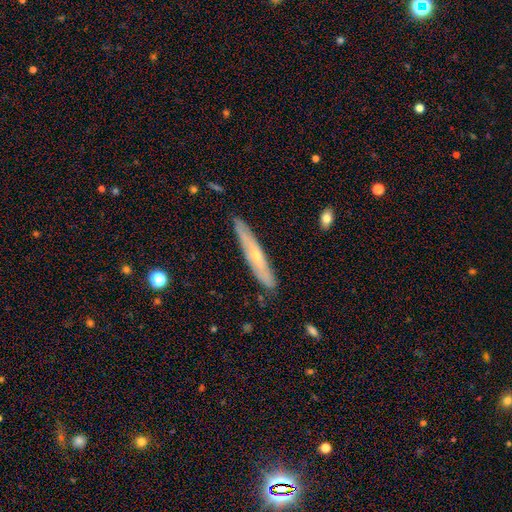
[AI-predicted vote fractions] smooth_or_featured: featured or disk (p=0.59) [alt: smooth p=0.35]
disk_edge_on: yes (p=0.70) [alt: no p=0.30]
merging: none (p=0.82) [alt: minor disturbance p=0.14]